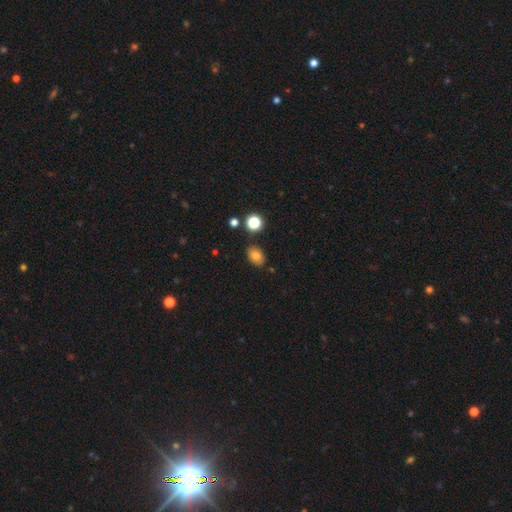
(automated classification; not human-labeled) Smooth or featured? smooth (77%)
How rounded? in between (72%)
Merging? none (84%)